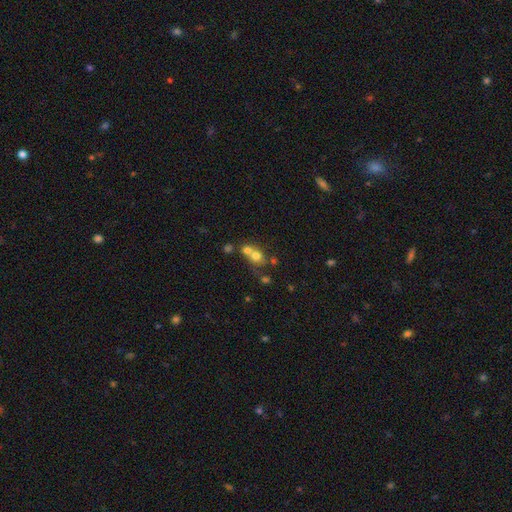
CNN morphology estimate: This is likely a smooth galaxy (68%). How rounded: likely round (76%). Merging: possibly merger (59%).